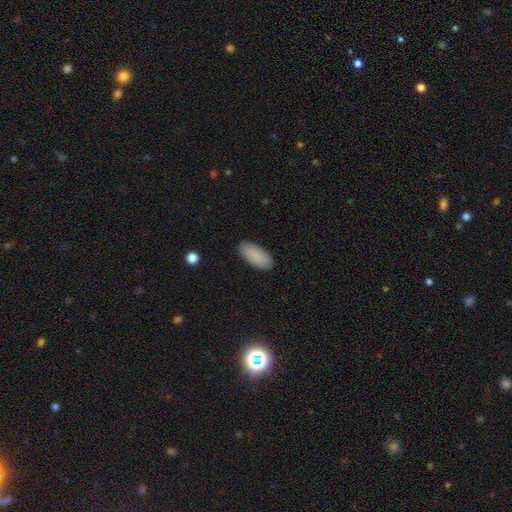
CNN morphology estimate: smooth 87%, featured or disk 7%, star or artifact 6%. Down the decision tree: how rounded — in between (89%); merging — none (88%).